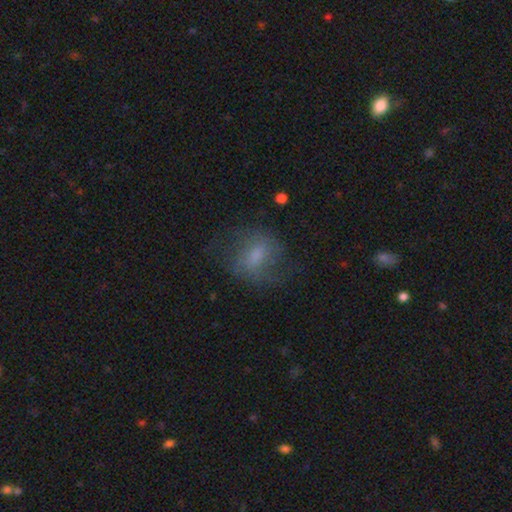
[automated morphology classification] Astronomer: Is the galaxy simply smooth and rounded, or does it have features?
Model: smooth — 48% (runner-up: featured or disk, 41%).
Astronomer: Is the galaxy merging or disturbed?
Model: none — 58%.